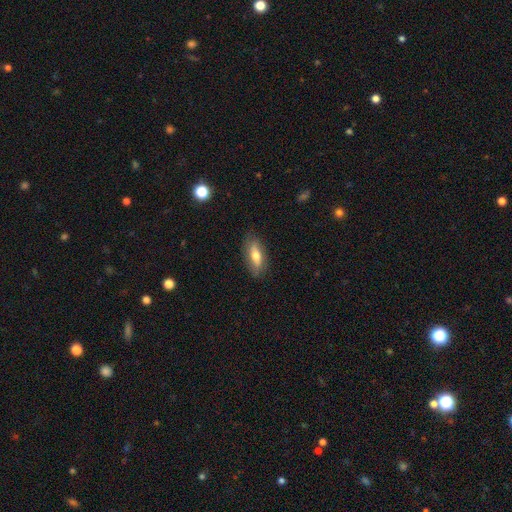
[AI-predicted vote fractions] A smooth galaxy with no disk features (63%) that is in between round and cigar-shaped (68%).

Vote fractions:
- Smooth or featured? smooth: 63% / featured or disk: 30% / star or artifact: 7%
- How rounded? in between: 68% / cigar-shaped: 29% / round: 3%
- Merging? none: 81% / minor disturbance: 14% / major disturbance: 3% / merger: 1%